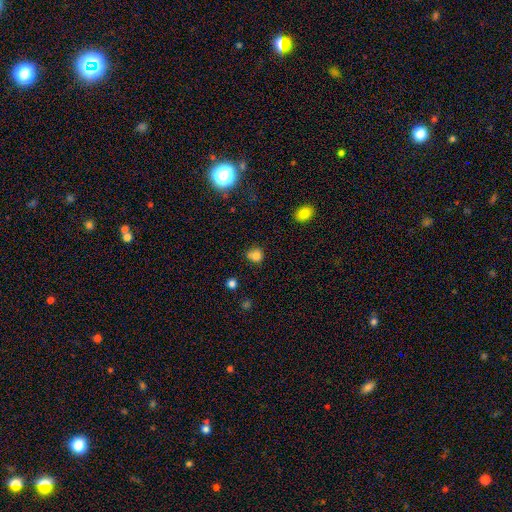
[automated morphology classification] Smooth or featured: smooth — 80% (star or artifact — 13%)
How rounded: round — 75% (in between — 24%)
Merging: none — 65% (minor disturbance — 24%)